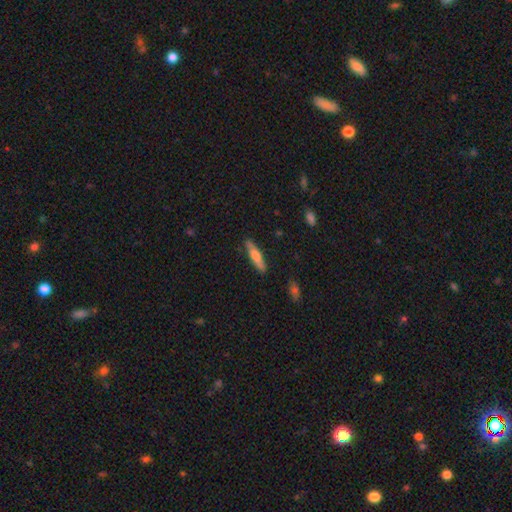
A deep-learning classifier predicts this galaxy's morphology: Smooth or featured?
  - smooth: 62% *
  - featured or disk: 33%
  - star or artifact: 6%
How rounded?
  - cigar-shaped: 84% *
  - in between: 15%
  - round: 2%
Merging?
  - none: 87% *
  - minor disturbance: 9%
  - major disturbance: 2%
  - merger: 1%